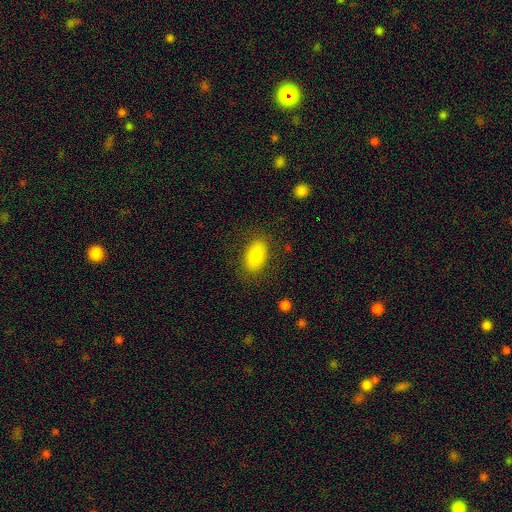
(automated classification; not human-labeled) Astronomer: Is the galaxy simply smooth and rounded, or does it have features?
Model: smooth — 79%.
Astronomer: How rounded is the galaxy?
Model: in between — 89%.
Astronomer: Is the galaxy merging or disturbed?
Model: none — 83%.